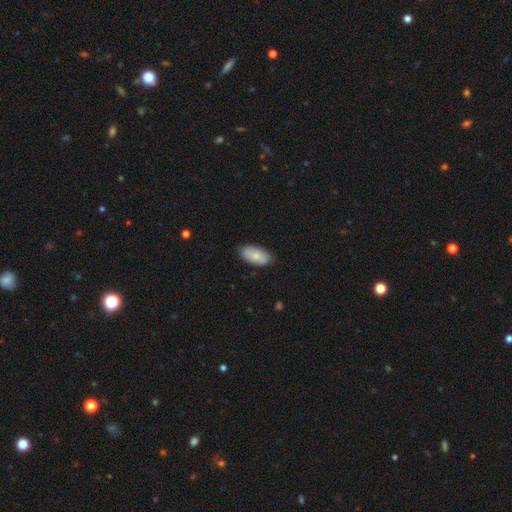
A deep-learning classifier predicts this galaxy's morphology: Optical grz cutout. It shows a smooth galaxy with no disk features (79%) that is in between round and cigar-shaped (93%). Merging: none (80%).